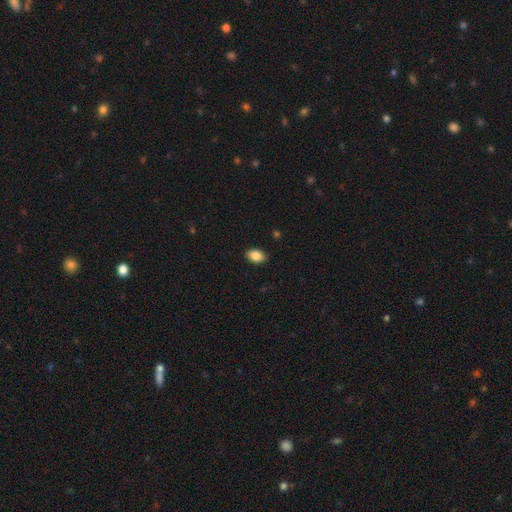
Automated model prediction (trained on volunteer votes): smooth-or-featured: smooth: 87% | star or artifact: 8% | featured or disk: 5%
  how-rounded: in between: 84% | round: 15% | cigar-shaped: 1%
  merging: none: 89% | minor disturbance: 8% | major disturbance: 2% | merger: 1%